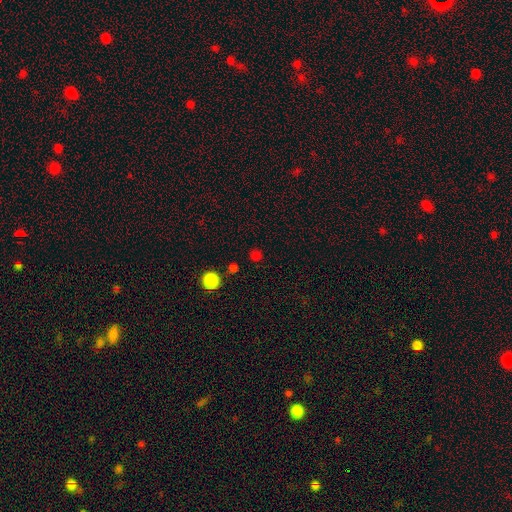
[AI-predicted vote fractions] Smooth or featured? smooth (65%)
How rounded? round (92%)
Merging? none (83%)